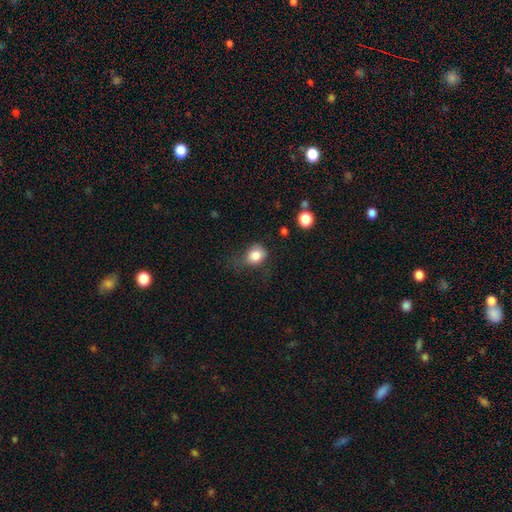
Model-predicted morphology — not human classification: smooth_or_featured: smooth (p=0.82) [alt: star or artifact p=0.10]
how_rounded: round (p=0.55) [alt: in between p=0.44]
merging: none (p=0.43) [alt: minor disturbance p=0.33]